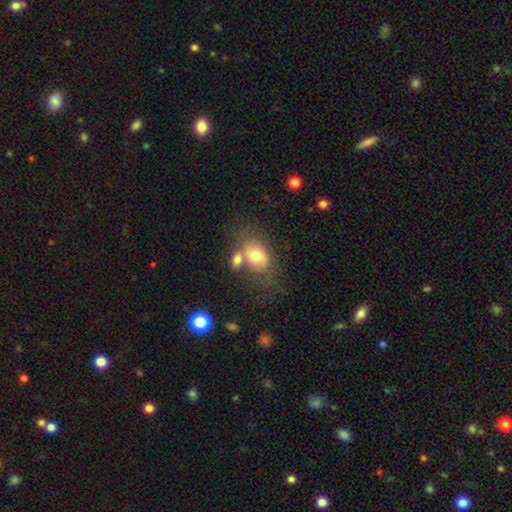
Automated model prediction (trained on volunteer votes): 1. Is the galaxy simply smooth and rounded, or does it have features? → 68% smooth, 23% featured or disk, 9% star or artifact.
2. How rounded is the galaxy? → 70% in between, 29% round, 1% cigar-shaped.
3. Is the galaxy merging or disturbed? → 39% merger, 38% none, 14% minor disturbance, 9% major disturbance.